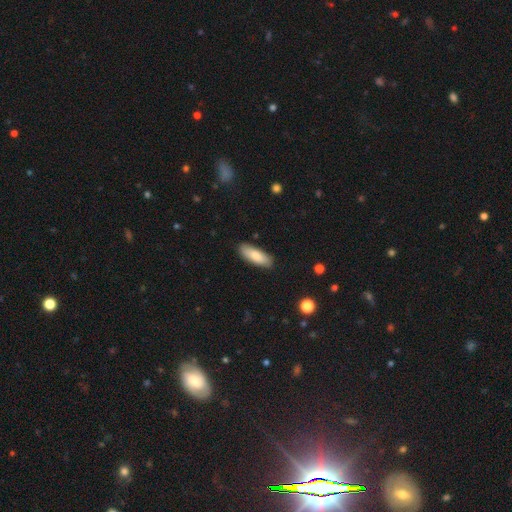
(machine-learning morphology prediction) type=smooth (83%); roundness=in between (66%); merging=none (87%).